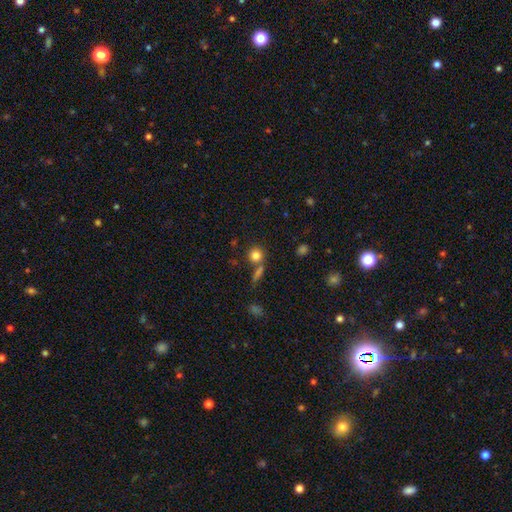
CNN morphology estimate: Overall: smooth (81%). How rounded: round (90%). Merging: none (66%).